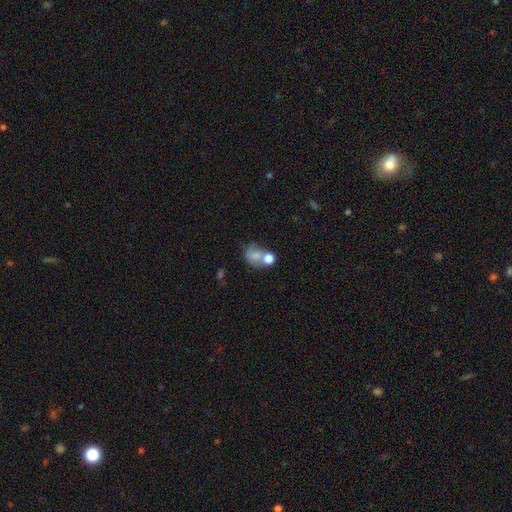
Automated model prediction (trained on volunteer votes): smooth-or-featured: smooth: 67% | featured or disk: 20% | star or artifact: 13%
  how-rounded: in between: 52% | round: 47% | cigar-shaped: 1%
  merging: merger: 44% | none: 27% | minor disturbance: 15% | major disturbance: 14%